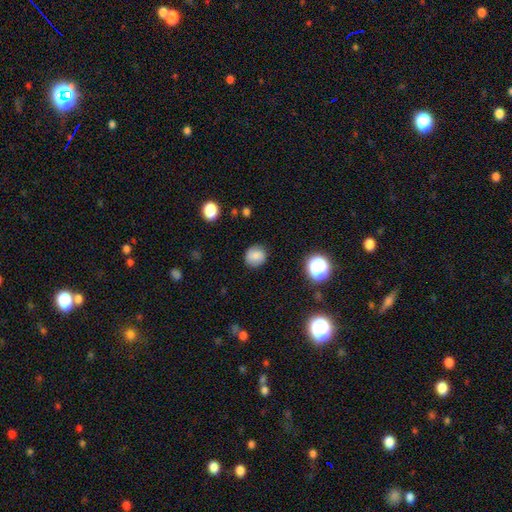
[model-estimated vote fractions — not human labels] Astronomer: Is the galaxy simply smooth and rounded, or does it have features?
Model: smooth — 77%.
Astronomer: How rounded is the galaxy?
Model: round — 79%.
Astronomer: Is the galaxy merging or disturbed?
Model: none — 84%.